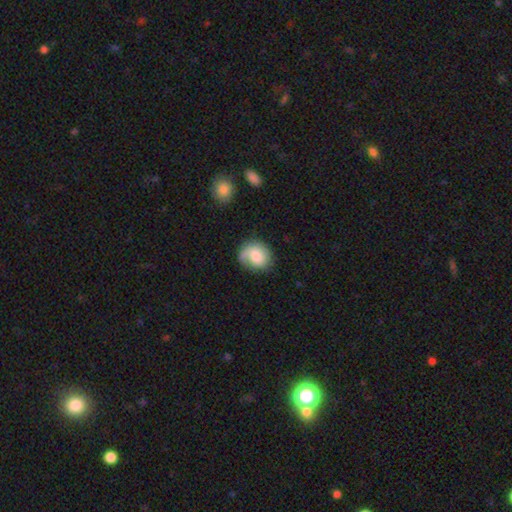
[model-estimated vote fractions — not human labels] Smooth or featured?
  - smooth: 58% *
  - featured or disk: 35%
  - star or artifact: 7%
How rounded?
  - round: 71% *
  - in between: 28%
  - cigar-shaped: 1%
Merging?
  - none: 61% *
  - minor disturbance: 24%
  - major disturbance: 13%
  - merger: 3%